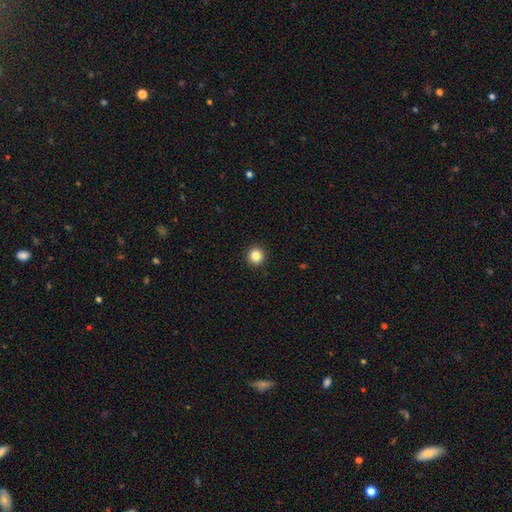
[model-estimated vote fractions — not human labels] The model was most divided on "smooth or featured": smooth: 84%, star or artifact: 11%, featured or disk: 5%. More confident: how rounded — round (94%); merging — none (94%).